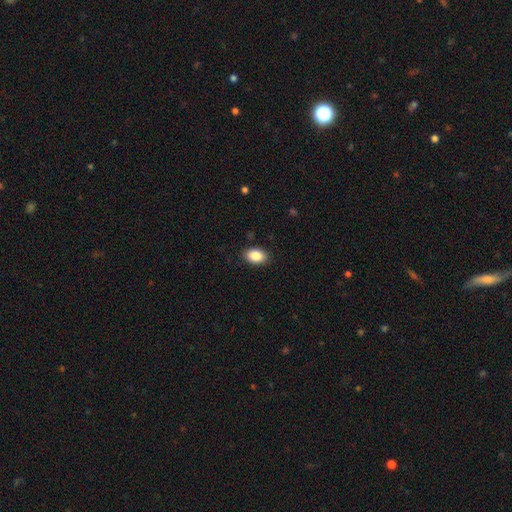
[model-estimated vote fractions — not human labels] A smooth galaxy with no disk features (87%) that is in between round and cigar-shaped (87%).

Vote fractions:
- Smooth or featured? smooth: 87% / star or artifact: 8% / featured or disk: 5%
- How rounded? in between: 87% / round: 11% / cigar-shaped: 1%
- Merging? none: 88% / minor disturbance: 9% / major disturbance: 2% / merger: 1%